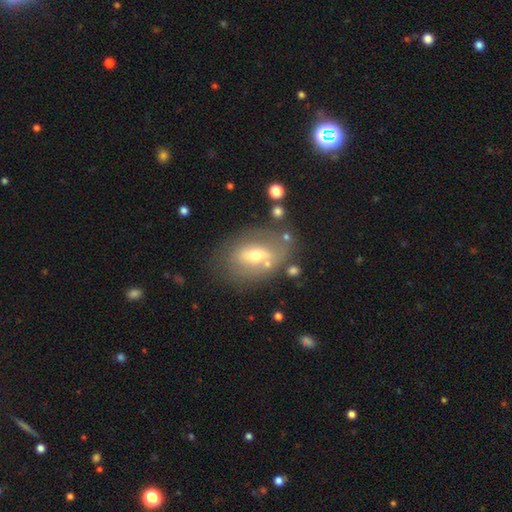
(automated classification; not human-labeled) This is possibly a featured or disk galaxy (48%). Merging: likely none (64%).